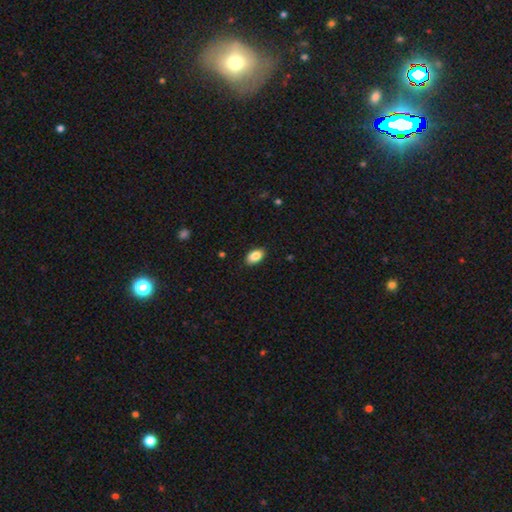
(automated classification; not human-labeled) Smooth or featured? Predicted: smooth (p=0.87). How rounded? Predicted: in between (p=0.93). Merging? Predicted: none (p=0.88).